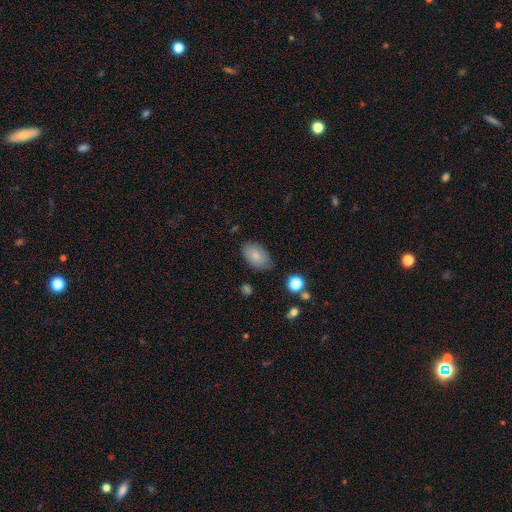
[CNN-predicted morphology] Smooth or featured?
  - smooth: 81% *
  - featured or disk: 11%
  - star or artifact: 8%
How rounded?
  - in between: 90% *
  - round: 9%
  - cigar-shaped: 1%
Merging?
  - none: 70% *
  - minor disturbance: 23%
  - major disturbance: 5%
  - merger: 2%